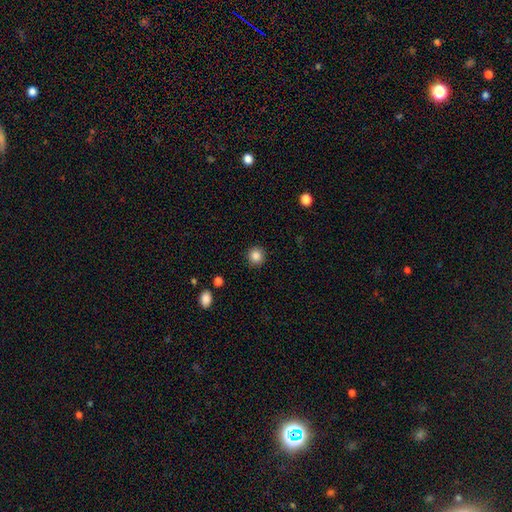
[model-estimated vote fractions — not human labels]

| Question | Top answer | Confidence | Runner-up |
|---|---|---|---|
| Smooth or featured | smooth | 86% | star or artifact (10%) |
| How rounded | round | 93% | in between (6%) |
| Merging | none | 91% | minor disturbance (6%) |